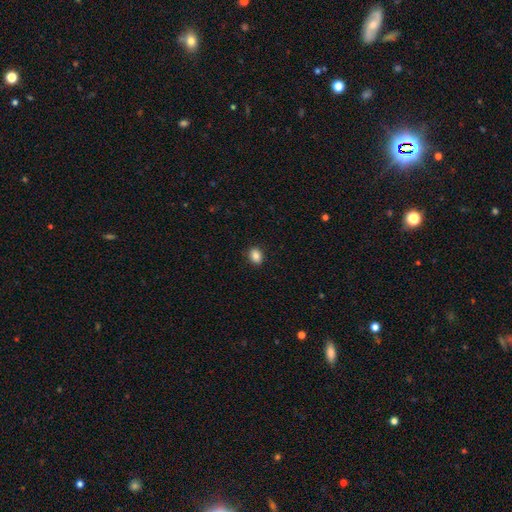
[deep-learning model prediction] Smooth or featured? smooth (86%)
How rounded? in between (55%)
Merging? none (89%)